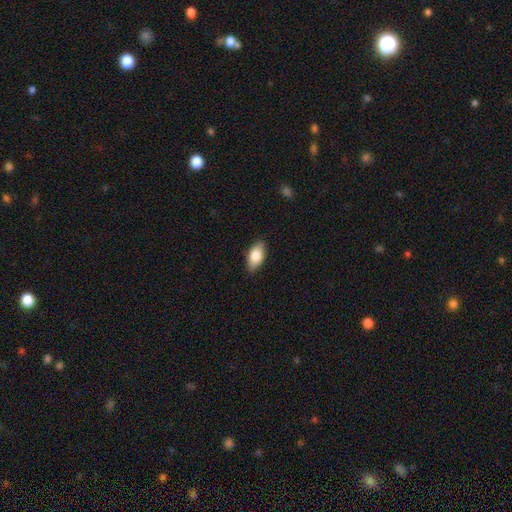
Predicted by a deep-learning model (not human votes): smooth_or_featured: smooth (p=0.81) [alt: featured or disk p=0.13]
how_rounded: in between (p=0.91) [alt: cigar-shaped p=0.06]
merging: none (p=0.87) [alt: minor disturbance p=0.10]